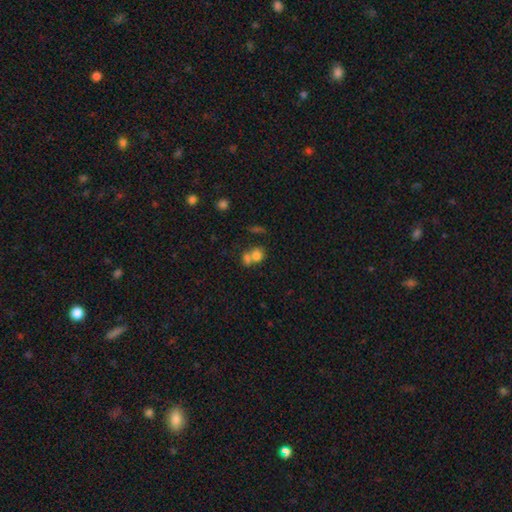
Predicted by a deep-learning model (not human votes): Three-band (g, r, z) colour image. It shows a smooth galaxy with no disk features (76%) that is round (68%). Merging: merger (56%).